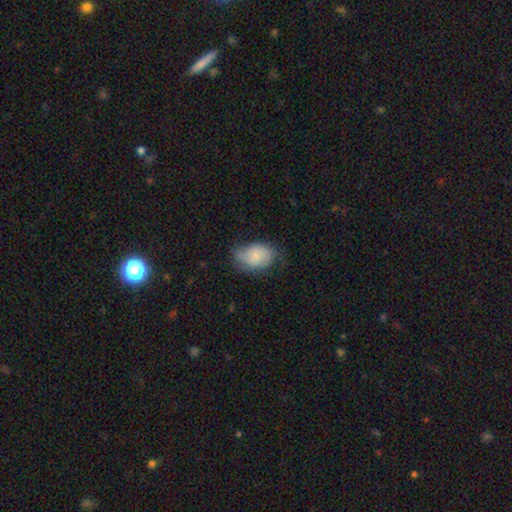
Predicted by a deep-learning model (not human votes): Overall: smooth (65%; featured or disk 27%). How rounded: in between (83%). Merging: none (50%; minor disturbance 34%).